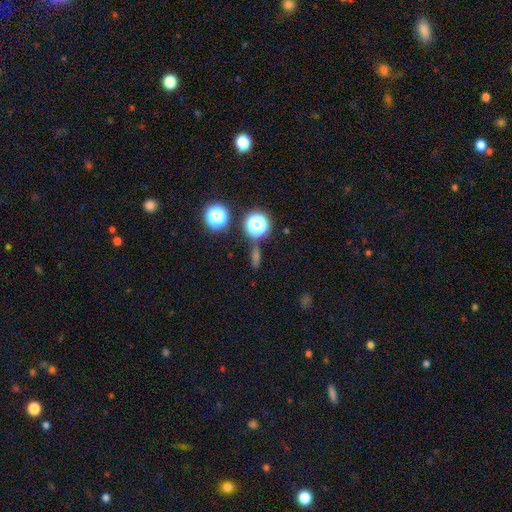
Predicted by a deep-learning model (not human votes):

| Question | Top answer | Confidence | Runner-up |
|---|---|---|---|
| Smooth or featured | star or artifact | 46% | smooth (43%) |